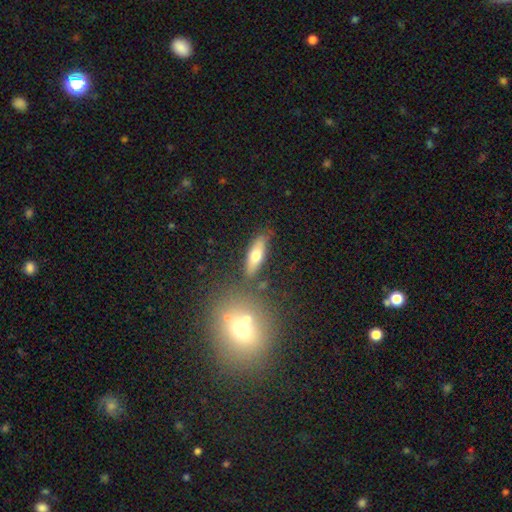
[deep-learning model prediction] Morphology: type=smooth (63%); roundness=in between (50%); merging=none (80%).